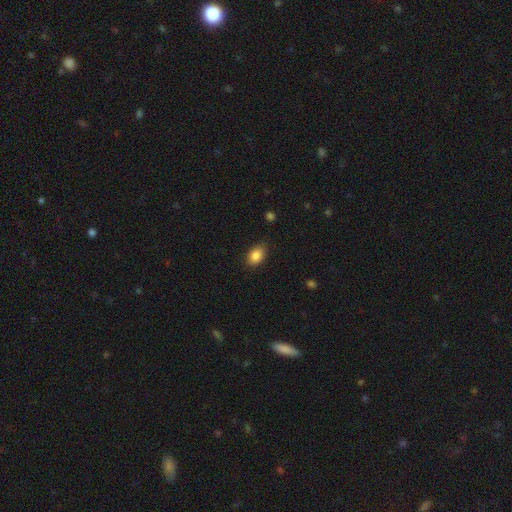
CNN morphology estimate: A smooth galaxy with no disk features (86%) that is in between round and cigar-shaped (80%).

Vote fractions:
- Smooth or featured? smooth: 86% / star or artifact: 8% / featured or disk: 5%
- How rounded? in between: 80% / round: 18% / cigar-shaped: 1%
- Merging? none: 79% / minor disturbance: 17% / major disturbance: 3% / merger: 1%